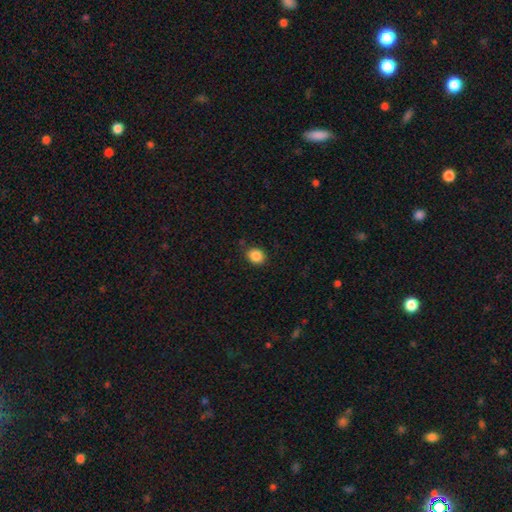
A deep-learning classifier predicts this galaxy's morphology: This appears to be a smooth galaxy with no disk features (87%) that is round (62%). Merging: none (86%).